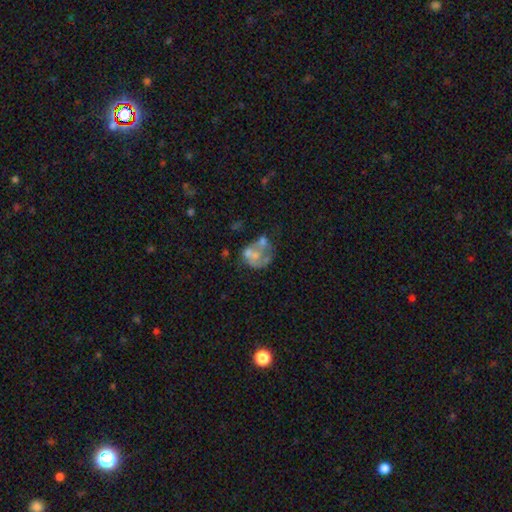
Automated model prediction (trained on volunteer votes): This is possibly a featured or disk galaxy (56%). It is clearly not viewed edge-on (98%). Bar: clearly no (90%). Spiral arm pattern: clearly no (84%). Central bulge: possibly none (52%). Merging: marginally merger (32%).